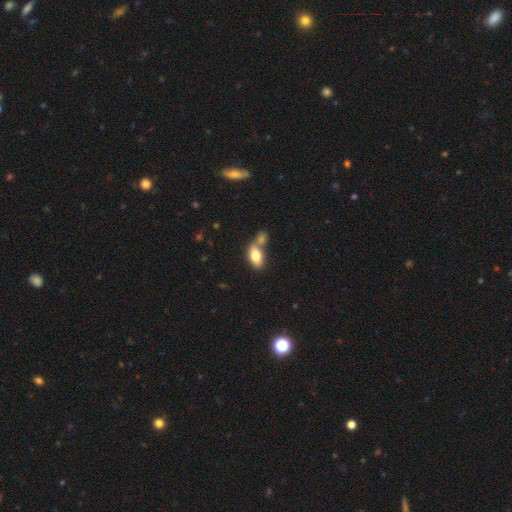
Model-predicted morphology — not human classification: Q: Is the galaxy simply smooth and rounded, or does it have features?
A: smooth — 77%.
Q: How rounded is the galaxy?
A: in between — 89%.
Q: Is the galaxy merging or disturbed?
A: merger — 49%.